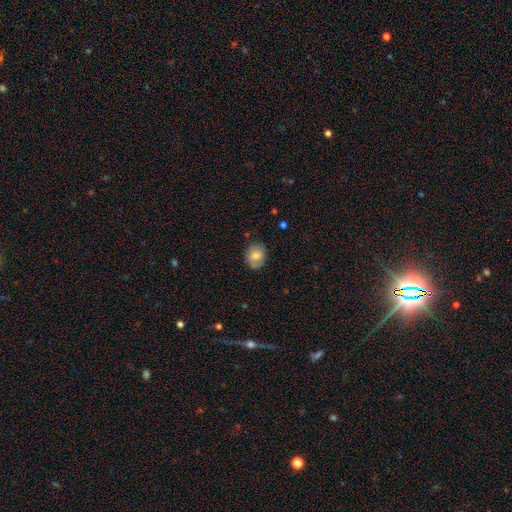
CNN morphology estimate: Overall: smooth (79%). How rounded: round (53%; in between 46%). Merging: none (79%).